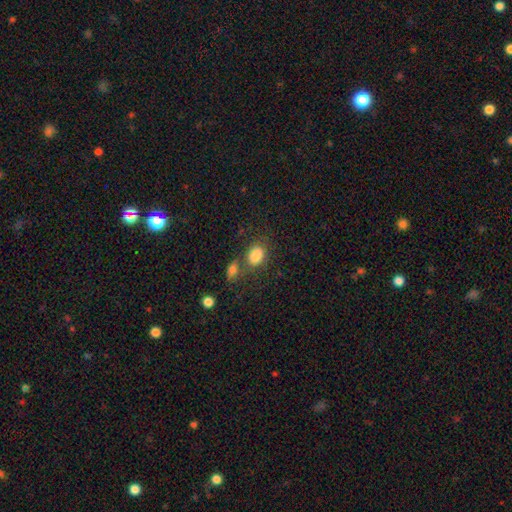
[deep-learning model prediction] smooth-or-featured: smooth: 84% | star or artifact: 9% | featured or disk: 7%
  how-rounded: in between: 79% | round: 20% | cigar-shaped: 2%
  merging: none: 52% | merger: 27% | minor disturbance: 15% | major disturbance: 6%